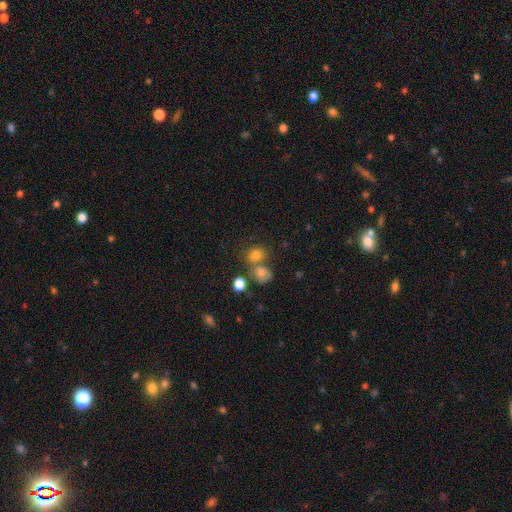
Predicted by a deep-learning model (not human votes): This appears to be a smooth galaxy with no disk features (78%) that is round (68%). Merging: none (53%).